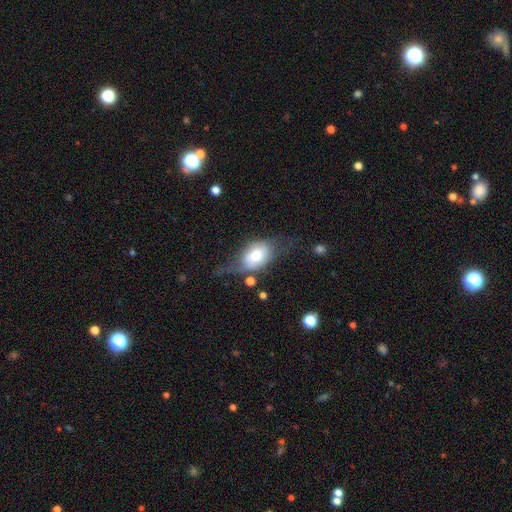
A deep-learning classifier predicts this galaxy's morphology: A smooth galaxy with no disk features (60%) that is in between round and cigar-shaped (80%). Merging: none (37%).